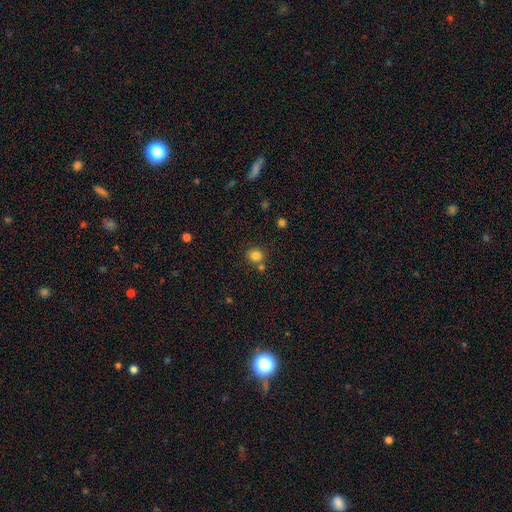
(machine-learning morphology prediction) Smooth or featured? smooth (82%)
How rounded? round (85%)
Merging? none (71%)